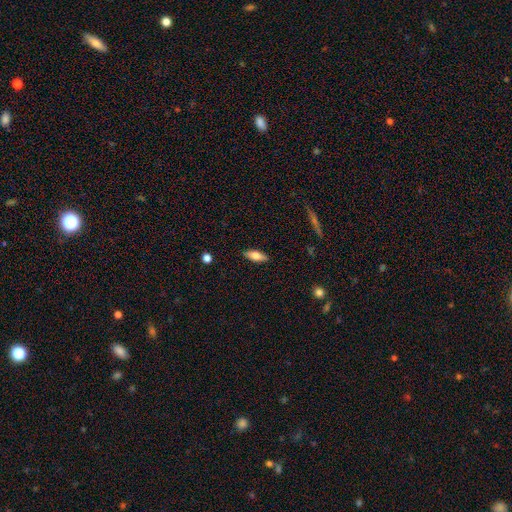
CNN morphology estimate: smooth 70%, featured or disk 23%, star or artifact 7%. Down the decision tree: how rounded — in between (71%); merging — none (87%).